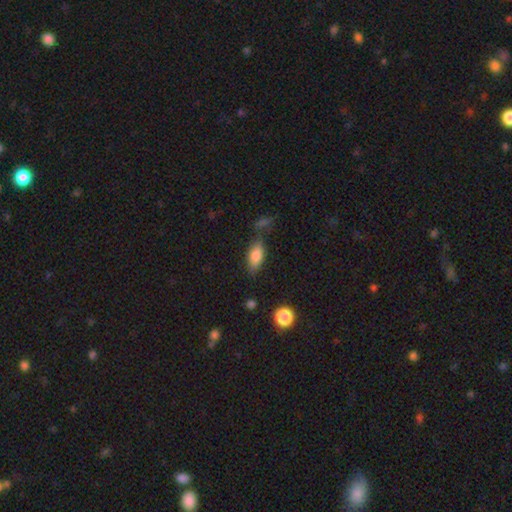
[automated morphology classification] This appears to be a smooth galaxy with no disk features (80%) that is in between round and cigar-shaped (85%). Merging: none (68%).